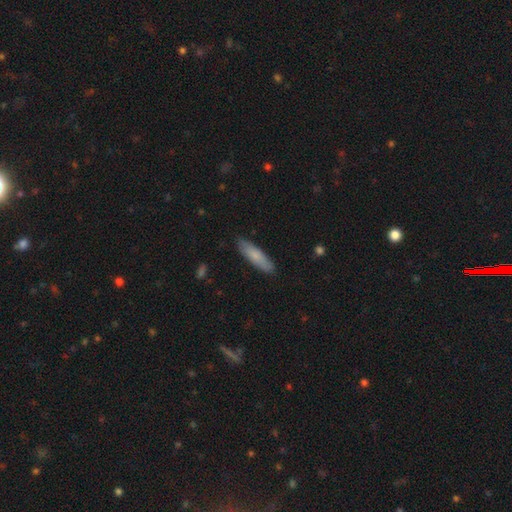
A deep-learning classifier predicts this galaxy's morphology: Overall: smooth (79%). How rounded: cigar-shaped (68%; in between 31%). Merging: none (87%).